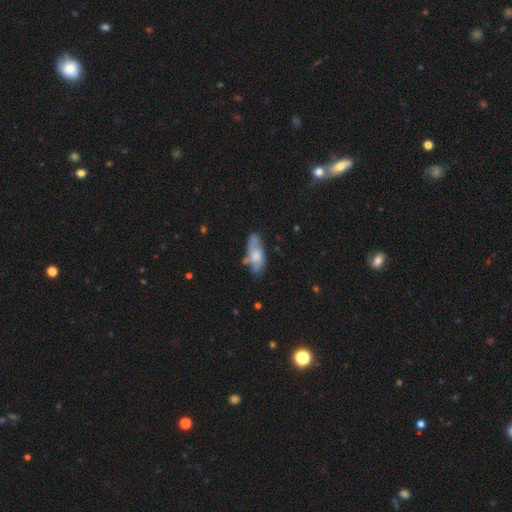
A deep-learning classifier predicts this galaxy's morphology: Smooth or featured: smooth — 56% (featured or disk — 37%)
How rounded: in between — 78% (cigar-shaped — 19%)
Merging: none — 52% (minor disturbance — 28%)